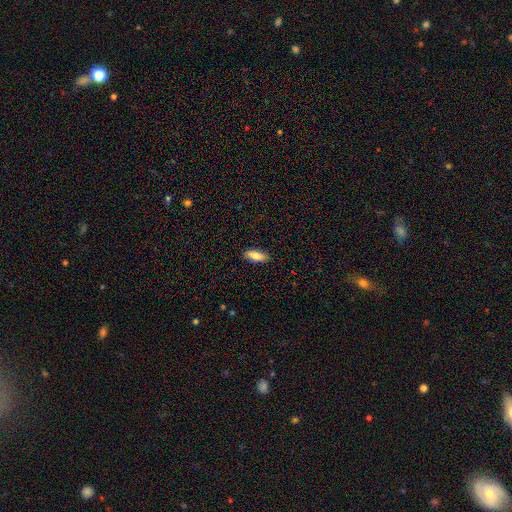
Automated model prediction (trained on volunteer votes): Smooth or featured? smooth (81%)
How rounded? in between (78%)
Merging? none (85%)